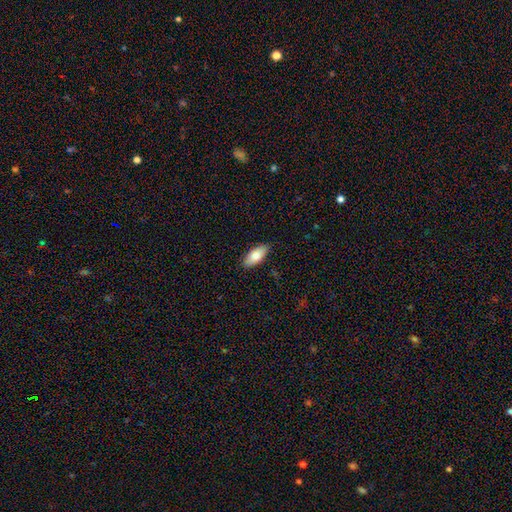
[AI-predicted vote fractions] A smooth galaxy with no disk features (81%) that is in between round and cigar-shaped (86%). Merging: none (88%).